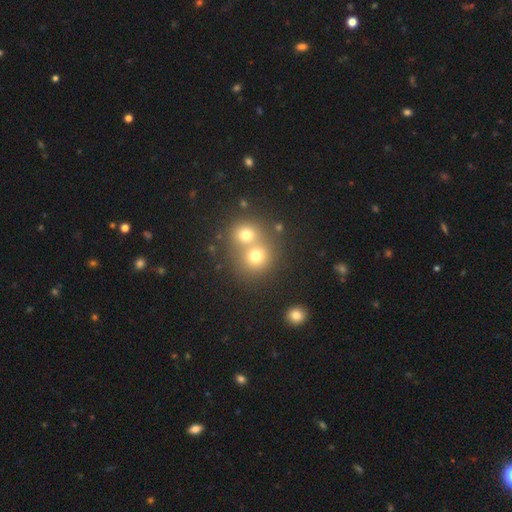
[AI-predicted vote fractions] Q: Smooth or featured?
A: smooth (72%); runner-up: star or artifact (15%)
Q: How rounded?
A: round (83%); runner-up: in between (16%)
Q: Merging?
A: merger (54%); runner-up: none (37%)